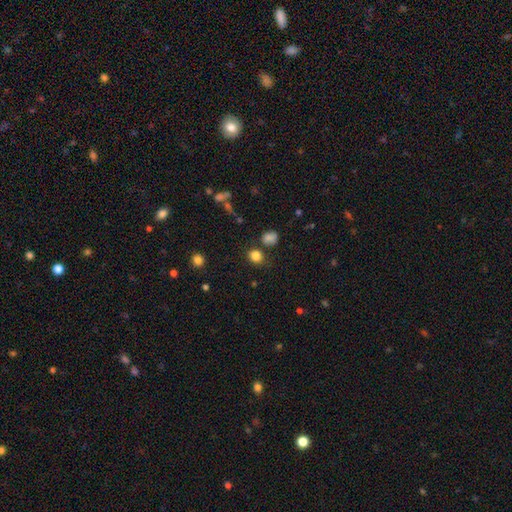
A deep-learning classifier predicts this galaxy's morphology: Smooth or featured?
  - smooth: 82% *
  - star or artifact: 13%
  - featured or disk: 5%
How rounded?
  - round: 70% *
  - in between: 29%
  - cigar-shaped: 1%
Merging?
  - none: 74% *
  - minor disturbance: 12%
  - merger: 9%
  - major disturbance: 5%